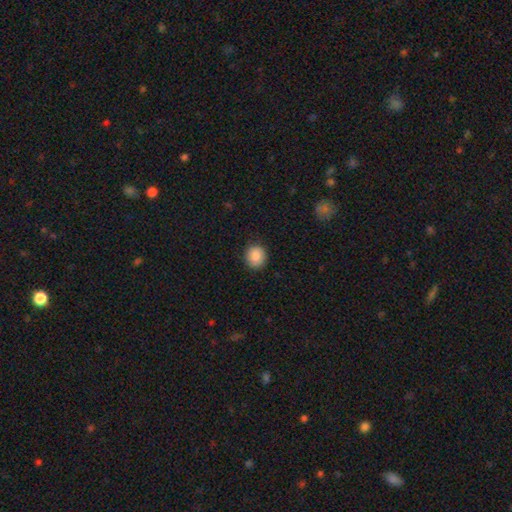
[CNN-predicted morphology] Smooth or featured? Predicted: smooth (p=0.89). How rounded? Predicted: round (p=0.77). Merging? Predicted: none (p=0.88).